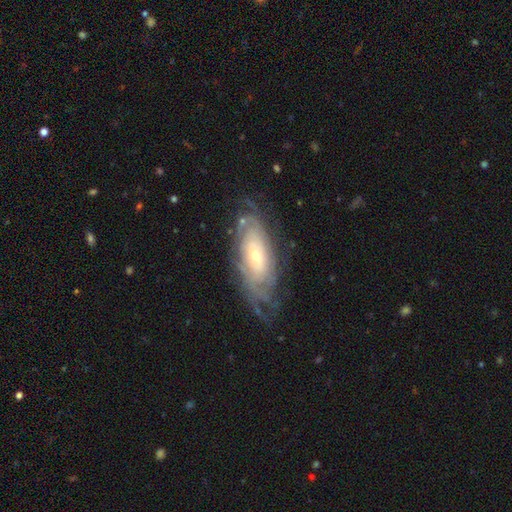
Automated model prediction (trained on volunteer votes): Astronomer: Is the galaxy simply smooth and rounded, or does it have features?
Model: featured or disk — 79%.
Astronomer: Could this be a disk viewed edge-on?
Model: no — 90%.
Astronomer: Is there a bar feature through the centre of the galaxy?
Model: no — 74%.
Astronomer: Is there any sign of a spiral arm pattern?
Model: yes — 88%.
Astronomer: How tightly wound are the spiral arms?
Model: tight — 74%.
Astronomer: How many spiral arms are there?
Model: can't tell — 59%.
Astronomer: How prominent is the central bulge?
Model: small — 63%.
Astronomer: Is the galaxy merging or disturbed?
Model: none — 69%.